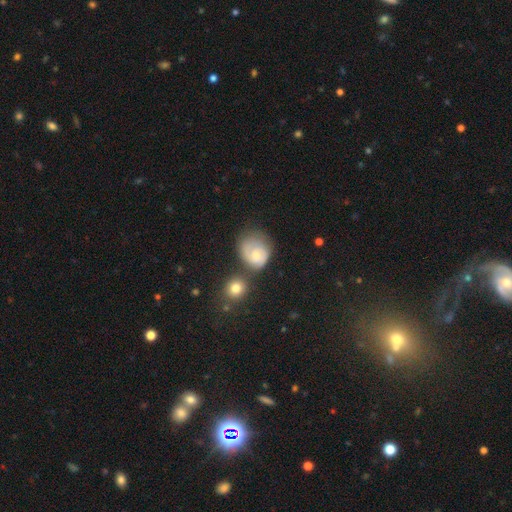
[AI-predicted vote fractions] A smooth galaxy with no disk features (49%). Merging: none (41%).